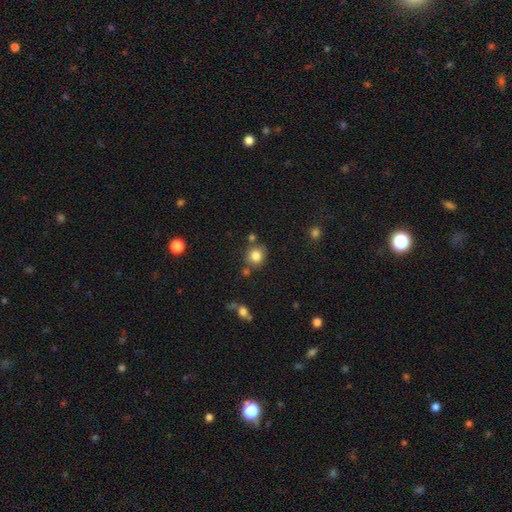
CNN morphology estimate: Smooth or featured: smooth — 83% (star or artifact — 11%)
How rounded: round — 84% (in between — 15%)
Merging: none — 75% (minor disturbance — 11%)